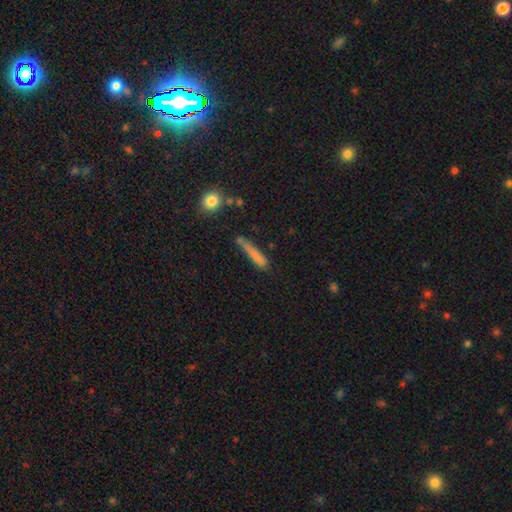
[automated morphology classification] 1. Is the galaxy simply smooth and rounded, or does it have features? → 76% smooth, 15% featured or disk, 9% star or artifact.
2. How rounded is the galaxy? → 89% cigar-shaped, 9% in between, 2% round.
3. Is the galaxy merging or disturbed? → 58% none, 24% minor disturbance, 10% major disturbance, 9% merger.